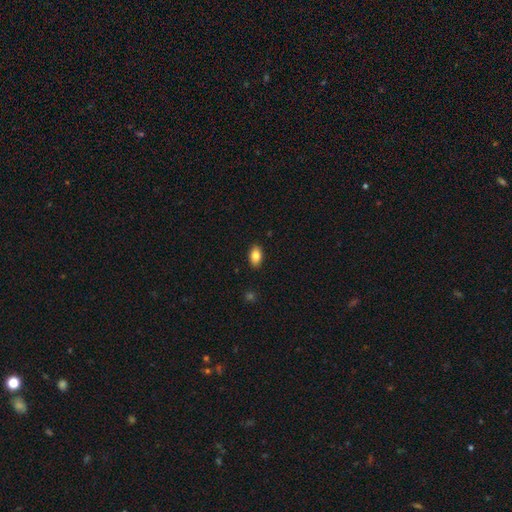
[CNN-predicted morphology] This is clearly a smooth galaxy (84%). How rounded: clearly in between (90%). Merging: clearly none (89%).